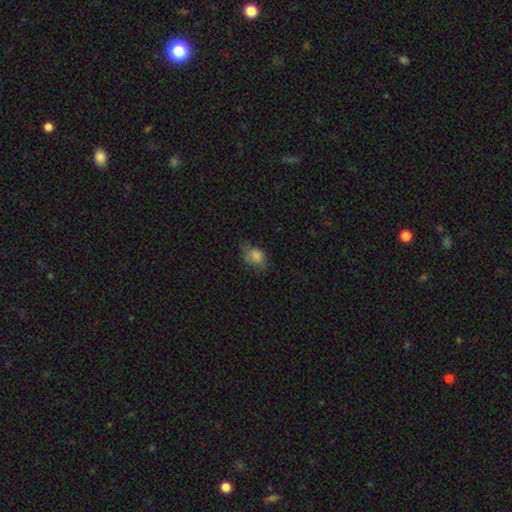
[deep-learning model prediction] Smooth or featured? smooth (76%)
How rounded? in between (64%)
Merging? none (51%)